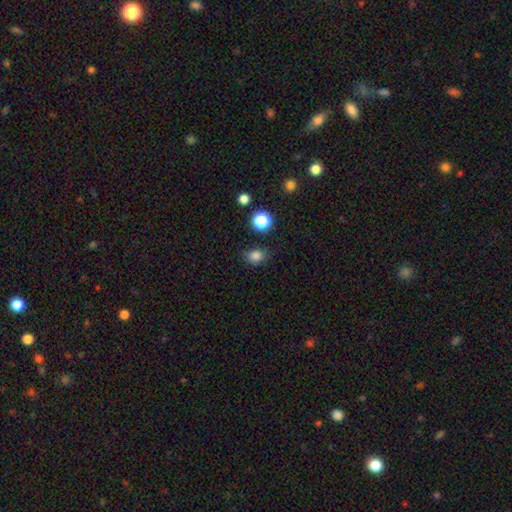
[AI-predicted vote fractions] A smooth galaxy with no disk features (81%) that is round (52%).

Vote fractions:
- Smooth or featured? smooth: 81% / star or artifact: 14% / featured or disk: 5%
- How rounded? round: 52% / in between: 47% / cigar-shaped: 1%
- Merging? none: 75% / minor disturbance: 18% / major disturbance: 4% / merger: 2%